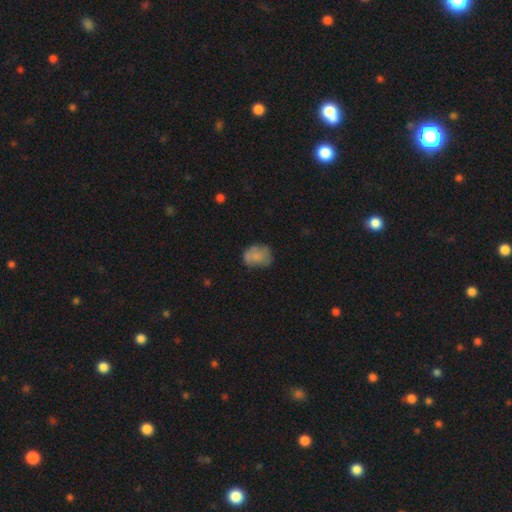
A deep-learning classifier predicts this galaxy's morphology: This is likely a smooth galaxy (66%). How rounded: possibly in between (57%). Merging: possibly none (56%).